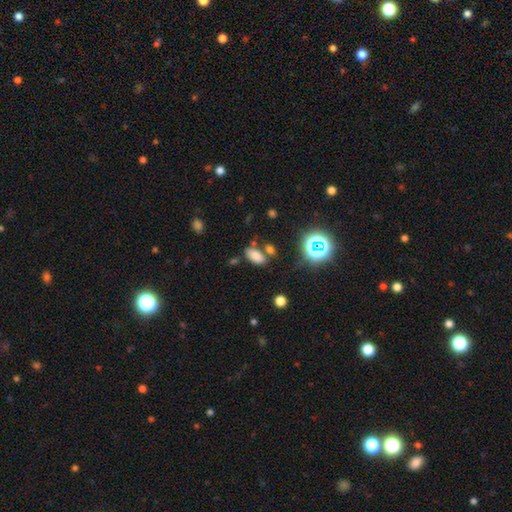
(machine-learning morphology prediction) Q: Smooth or featured?
A: smooth (76%); runner-up: star or artifact (17%)
Q: How rounded?
A: in between (90%); runner-up: round (6%)
Q: Merging?
A: none (69%); runner-up: merger (13%)